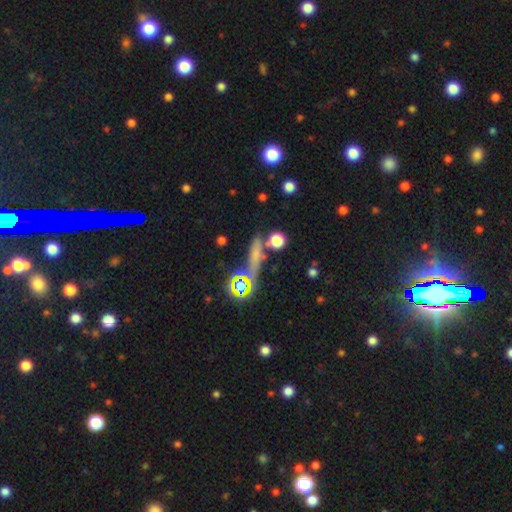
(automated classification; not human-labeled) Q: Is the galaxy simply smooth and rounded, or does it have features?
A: smooth — 48%.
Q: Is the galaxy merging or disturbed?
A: none — 63%.